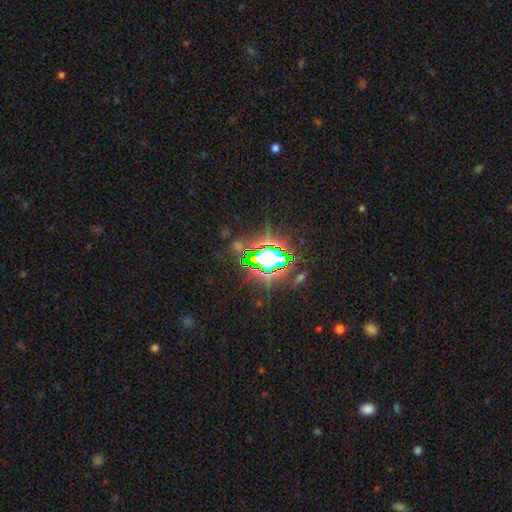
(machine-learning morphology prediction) type=star or artifact (82%).